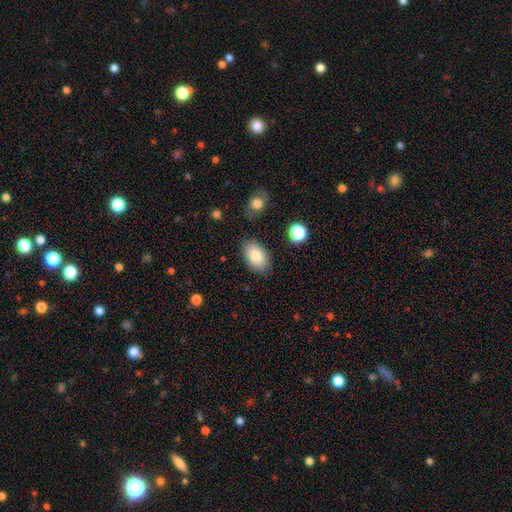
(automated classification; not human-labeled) Smooth or featured? smooth (81%)
How rounded? in between (89%)
Merging? none (82%)